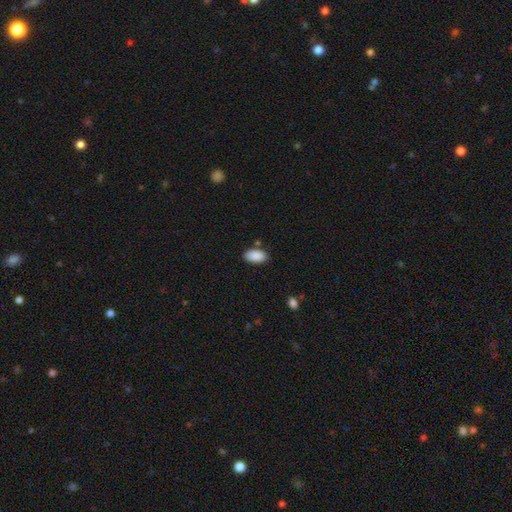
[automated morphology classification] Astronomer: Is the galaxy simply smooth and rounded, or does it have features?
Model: smooth — 90%.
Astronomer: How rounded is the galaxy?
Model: in between — 94%.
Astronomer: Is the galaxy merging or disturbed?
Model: none — 83%.